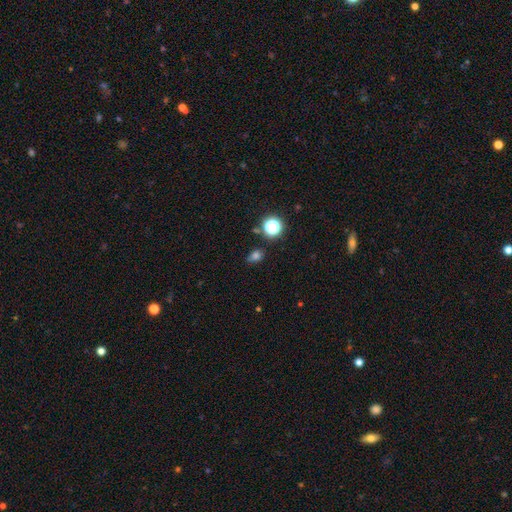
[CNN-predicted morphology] Smooth or featured?
  - smooth: 73% *
  - star or artifact: 22%
  - featured or disk: 6%
How rounded?
  - in between: 52% *
  - round: 47%
  - cigar-shaped: 2%
Merging?
  - none: 74% *
  - minor disturbance: 17%
  - major disturbance: 4%
  - merger: 4%